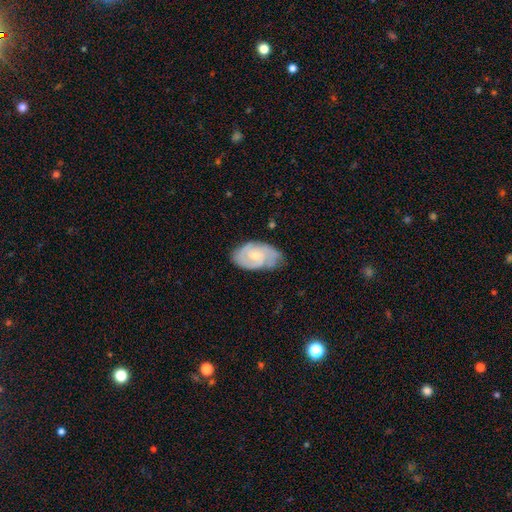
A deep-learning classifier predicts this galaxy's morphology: A featured or disk galaxy (76%) with no bar (64%), 2 (51%) tight (57%) spiral arms (94%) and a small central bulge (54%). Merging: none (65%).